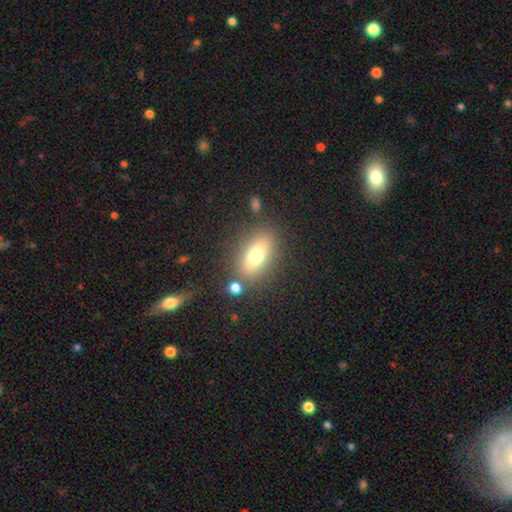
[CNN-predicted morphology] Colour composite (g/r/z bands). It shows a smooth galaxy with no disk features (67%) that is in between round and cigar-shaped (77%). Merging: none (78%).